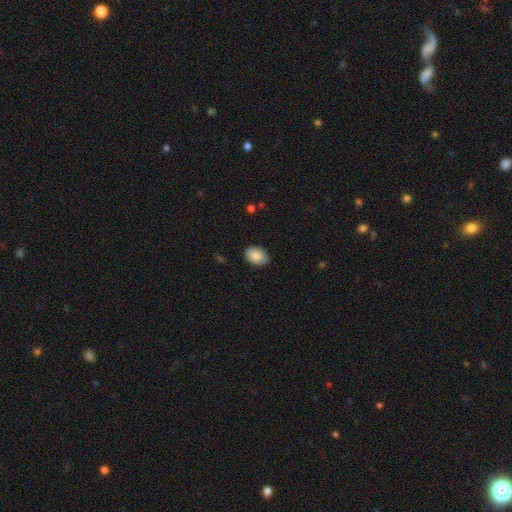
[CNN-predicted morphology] Smooth or featured?
  - smooth: 86% *
  - featured or disk: 7%
  - star or artifact: 7%
How rounded?
  - in between: 78% *
  - round: 22%
  - cigar-shaped: 1%
Merging?
  - none: 86% *
  - minor disturbance: 11%
  - major disturbance: 2%
  - merger: 1%